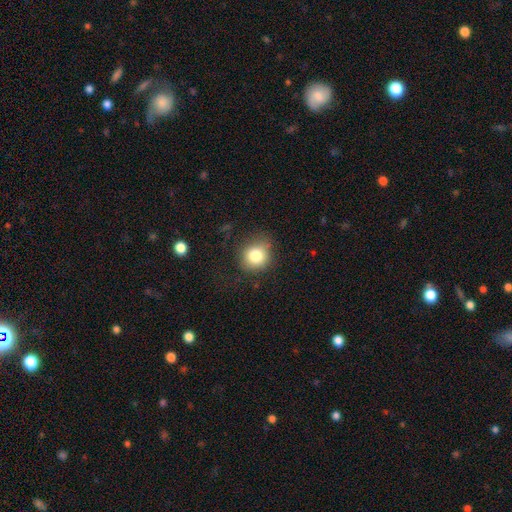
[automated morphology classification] Overall: smooth (80%). How rounded: round (80%). Merging: none (73%).